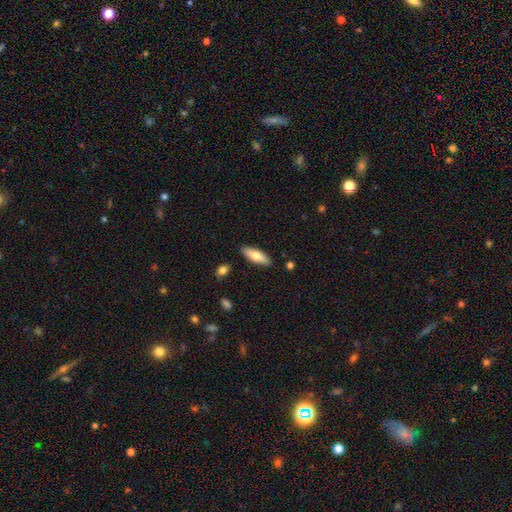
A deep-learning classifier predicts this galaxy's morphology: This appears to be a smooth galaxy with no disk features (73%) that is in between round and cigar-shaped (57%). Merging: none (87%).